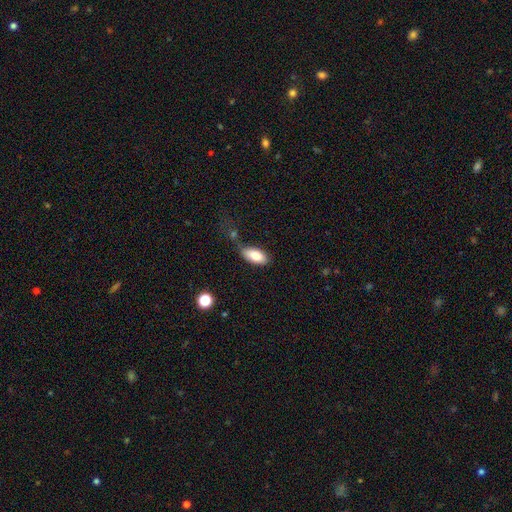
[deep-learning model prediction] Q: Smooth or featured?
A: smooth (81%); runner-up: featured or disk (12%)
Q: How rounded?
A: in between (91%); runner-up: cigar-shaped (7%)
Q: Merging?
A: none (68%); runner-up: minor disturbance (20%)